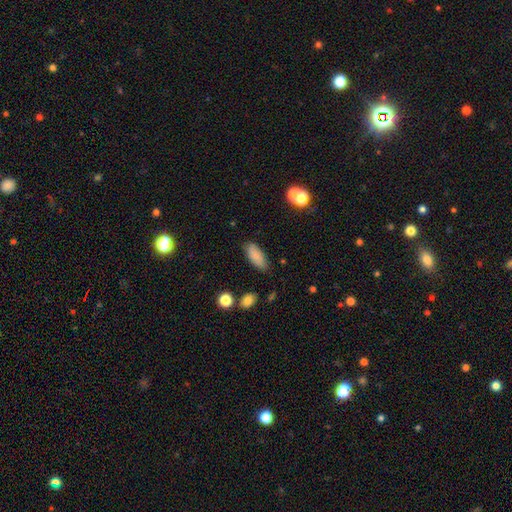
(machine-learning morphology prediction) smooth_or_featured: smooth (p=0.84) [alt: featured or disk p=0.08]
how_rounded: in between (p=0.80) [alt: cigar-shaped p=0.17]
merging: none (p=0.82) [alt: minor disturbance p=0.13]